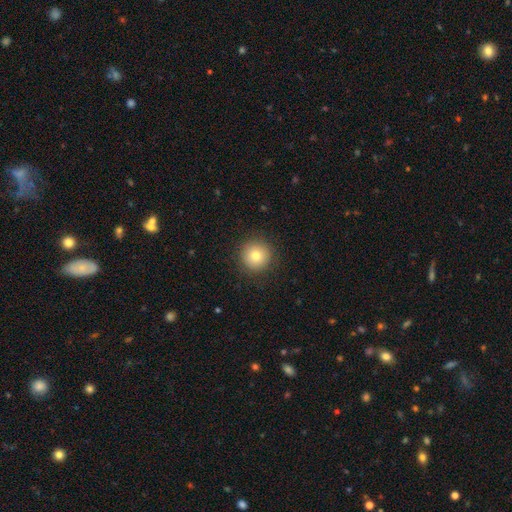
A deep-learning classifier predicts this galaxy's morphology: A smooth galaxy with no disk features (79%) that is round (95%).

Vote fractions:
- Smooth or featured? smooth: 79% / star or artifact: 11% / featured or disk: 10%
- How rounded? round: 95% / in between: 4% / cigar-shaped: 1%
- Merging? none: 90% / minor disturbance: 6% / major disturbance: 2% / merger: 1%